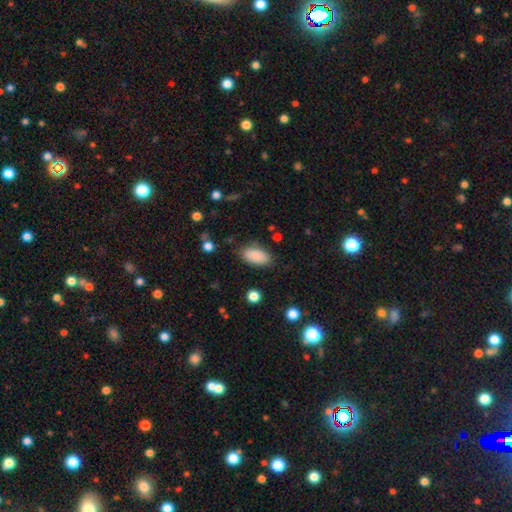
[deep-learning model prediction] Smooth or featured? smooth (88%)
How rounded? in between (93%)
Merging? none (83%)